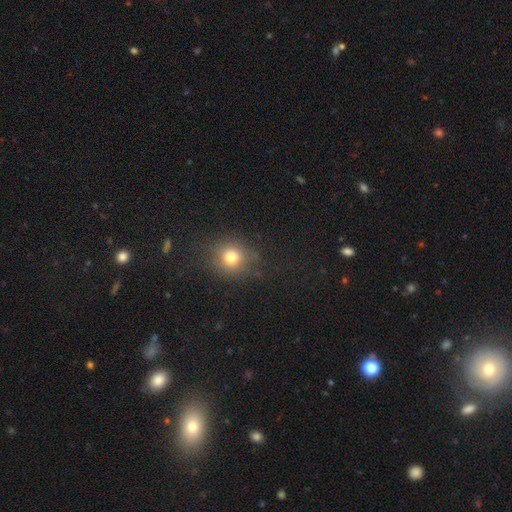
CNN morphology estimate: The model was most divided on "smooth or featured": smooth: 63%, star or artifact: 29%, featured or disk: 8%. More confident: merging — none (83%); how rounded — round (78%).